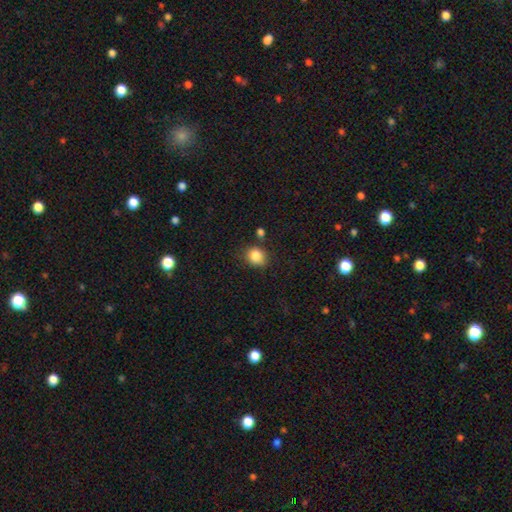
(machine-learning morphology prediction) smooth 84%, star or artifact 10%, featured or disk 6%. Down the decision tree: how rounded — round (64%); merging — none (74%).